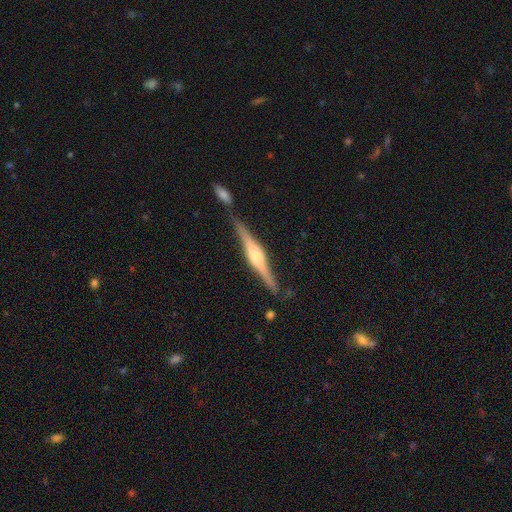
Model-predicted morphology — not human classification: smooth-or-featured: featured or disk: 78% | smooth: 16% | star or artifact: 6%
  disk-edge-on: yes: 97% | no: 3%
    edge-on-bulge: rounded: 77% | boxy: 19% | none: 4%
  merging: none: 79% | minor disturbance: 12% | merger: 6% | major disturbance: 3%